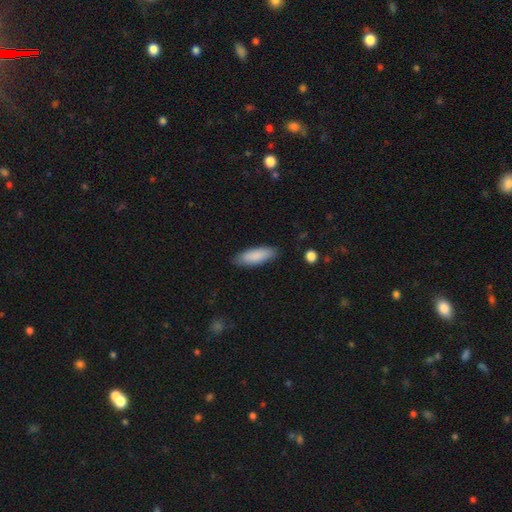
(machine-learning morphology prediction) type=smooth (87%); roundness=in between (58%); merging=none (85%).